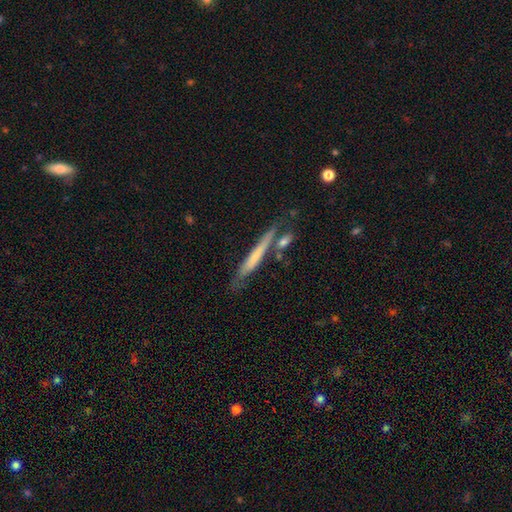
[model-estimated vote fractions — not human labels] Smooth or featured?
  - smooth: 49% *
  - featured or disk: 45%
  - star or artifact: 7%
Merging?
  - none: 66% *
  - minor disturbance: 17%
  - merger: 12%
  - major disturbance: 5%